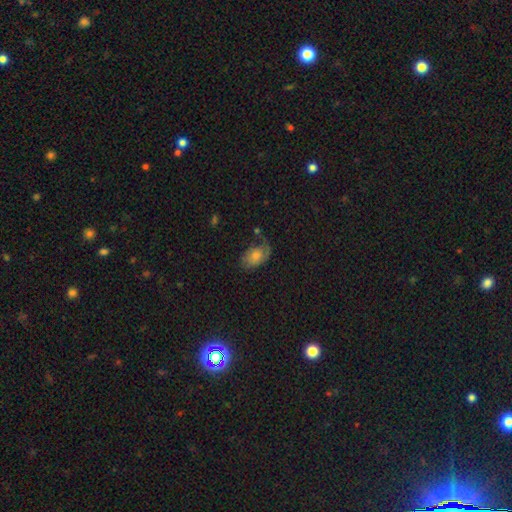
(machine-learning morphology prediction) A smooth galaxy with no disk features (47%).

Vote fractions:
- Smooth or featured? smooth: 47% / featured or disk: 39% / star or artifact: 13%
- Merging? none: 52% / minor disturbance: 27% / major disturbance: 18% / merger: 4%